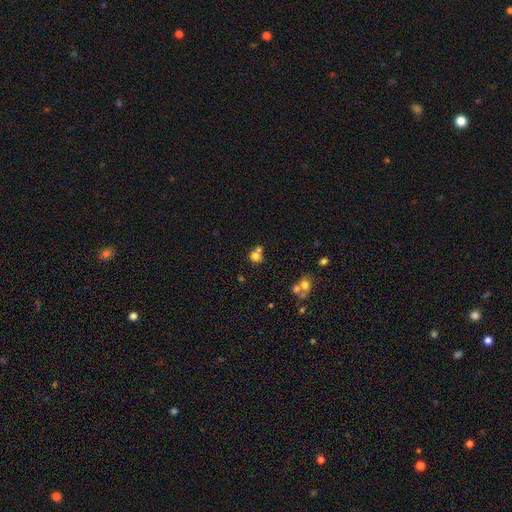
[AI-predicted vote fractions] Morphology: type=smooth (73%); roundness=round (69%); merging=merger (46%).